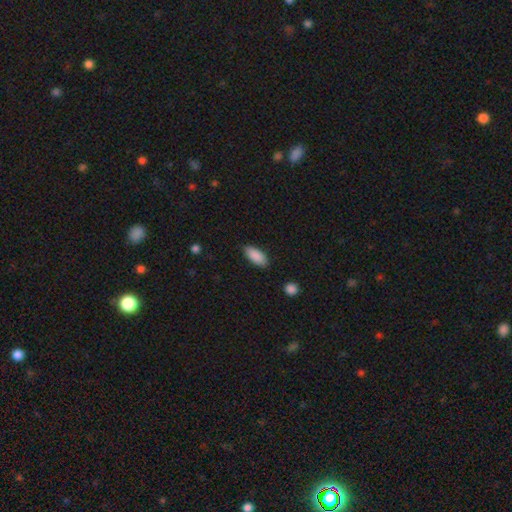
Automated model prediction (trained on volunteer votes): smooth_or_featured: smooth (p=0.90) [alt: star or artifact p=0.06]
how_rounded: in between (p=0.87) [alt: cigar-shaped p=0.11]
merging: none (p=0.85) [alt: minor disturbance p=0.12]